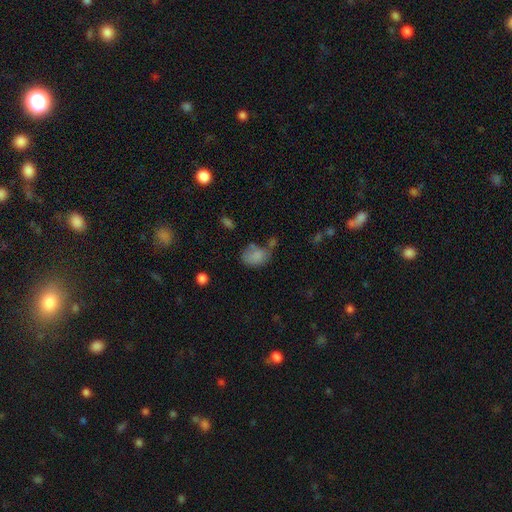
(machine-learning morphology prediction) Smooth or featured? smooth (80%)
How rounded? in between (77%)
Merging? none (41%)